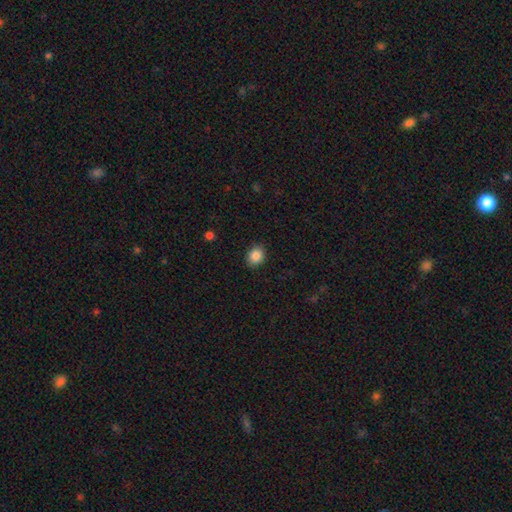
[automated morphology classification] Q: Smooth or featured?
A: smooth (87%); runner-up: star or artifact (9%)
Q: How rounded?
A: round (58%); runner-up: in between (41%)
Q: Merging?
A: none (89%); runner-up: minor disturbance (8%)